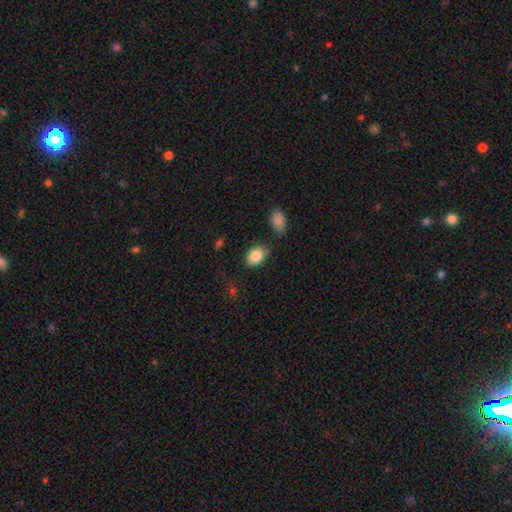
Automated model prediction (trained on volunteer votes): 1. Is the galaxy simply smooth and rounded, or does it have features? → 86% smooth, 8% star or artifact, 7% featured or disk.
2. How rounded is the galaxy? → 73% in between, 26% round, 1% cigar-shaped.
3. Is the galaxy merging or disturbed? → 73% none, 18% minor disturbance, 5% merger, 4% major disturbance.